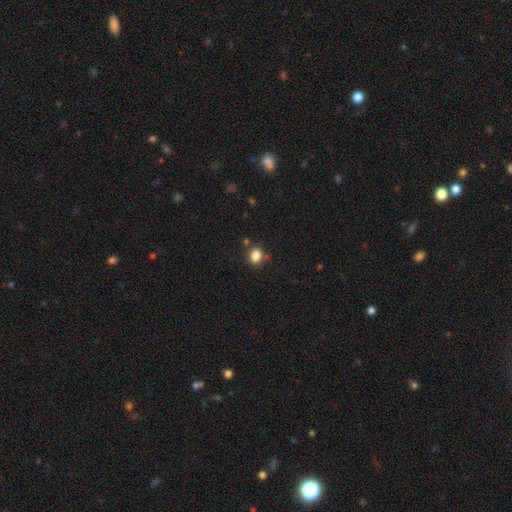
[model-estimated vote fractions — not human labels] smooth 84%, star or artifact 11%, featured or disk 5%. Down the decision tree: how rounded — round (51%); merging — none (79%).